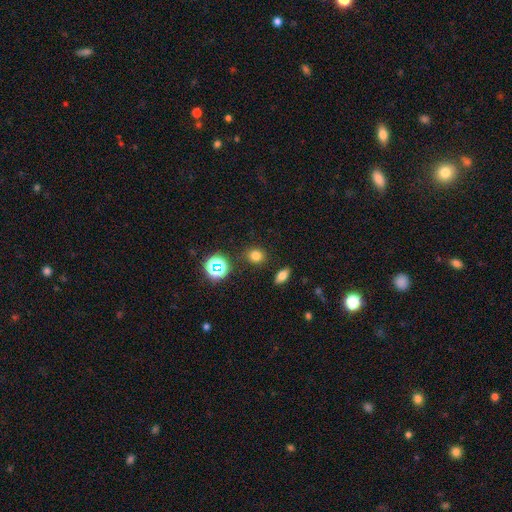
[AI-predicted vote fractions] The model was most divided on "how rounded": round: 78%, in between: 21%, cigar-shaped: 1%. More confident: merging — none (87%); smooth or featured — smooth (75%).